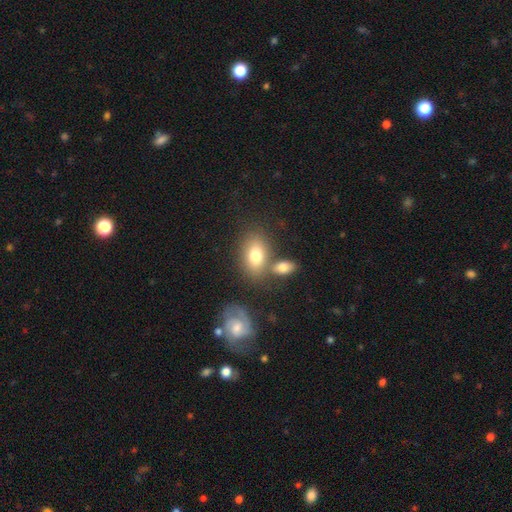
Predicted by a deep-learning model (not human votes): This appears to be a smooth galaxy with no disk features (75%) that is in between round and cigar-shaped (84%). Merging: none (58%).